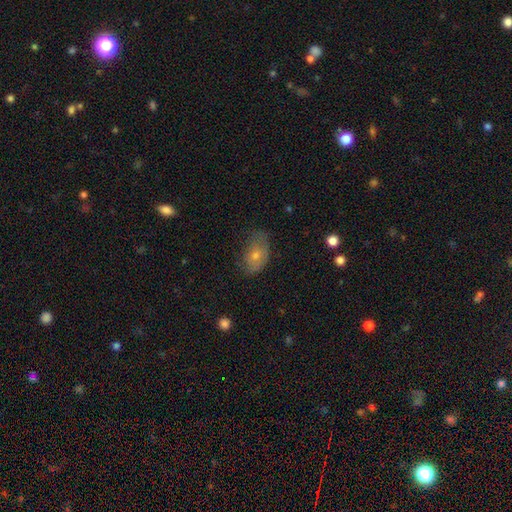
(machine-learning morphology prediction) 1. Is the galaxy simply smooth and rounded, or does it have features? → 64% smooth, 27% featured or disk, 9% star or artifact.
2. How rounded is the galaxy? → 86% in between, 12% round, 2% cigar-shaped.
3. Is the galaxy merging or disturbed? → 56% none, 31% minor disturbance, 12% major disturbance, 2% merger.